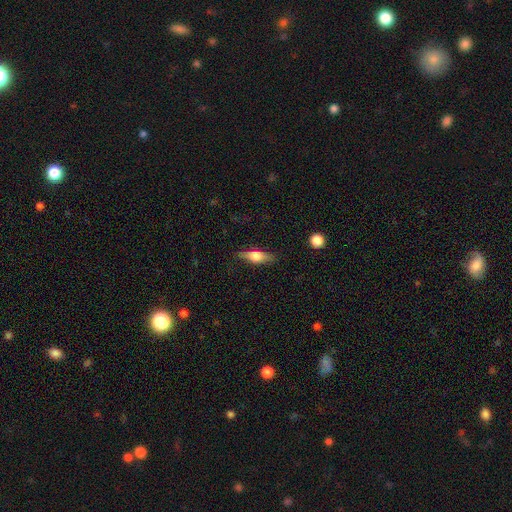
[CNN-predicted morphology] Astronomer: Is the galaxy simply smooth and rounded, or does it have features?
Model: smooth — 52% (runner-up: featured or disk, 40%).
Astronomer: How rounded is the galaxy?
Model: in between — 52% (runner-up: cigar-shaped, 43%).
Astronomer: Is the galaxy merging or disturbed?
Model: none — 81%.